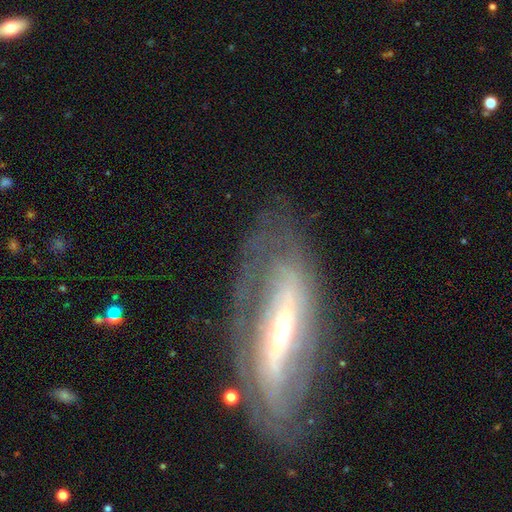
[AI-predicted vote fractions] Smooth or featured? Predicted: featured or disk (p=0.80). Edge-on disk? Predicted: no (p=0.72). Bar? Predicted: strong (p=0.61). Spiral arms? Predicted: yes (p=0.70). Bulge size? Predicted: moderate (p=0.52). Merging? Predicted: none (p=0.70).